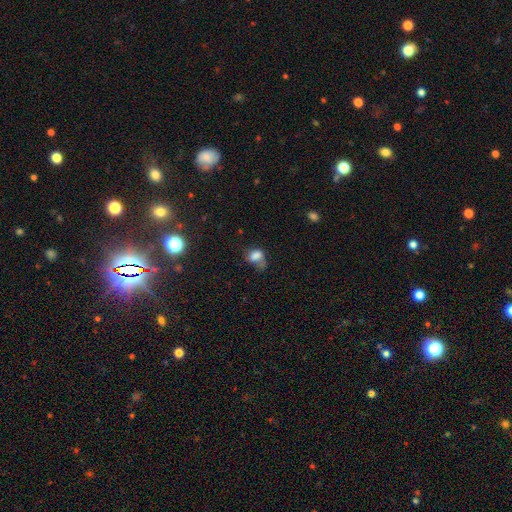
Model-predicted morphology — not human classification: Q: Smooth or featured?
A: smooth (69%); runner-up: featured or disk (19%)
Q: How rounded?
A: in between (70%); runner-up: round (29%)
Q: Merging?
A: major disturbance (36%); runner-up: minor disturbance (28%)